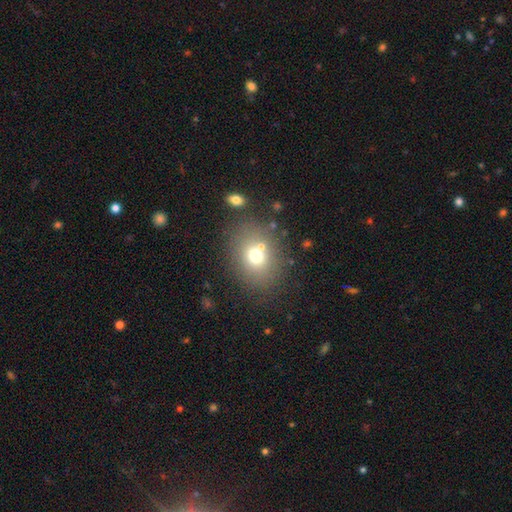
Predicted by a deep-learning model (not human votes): This is likely a smooth galaxy (69%). How rounded: possibly round (52%). Merging: likely none (72%).